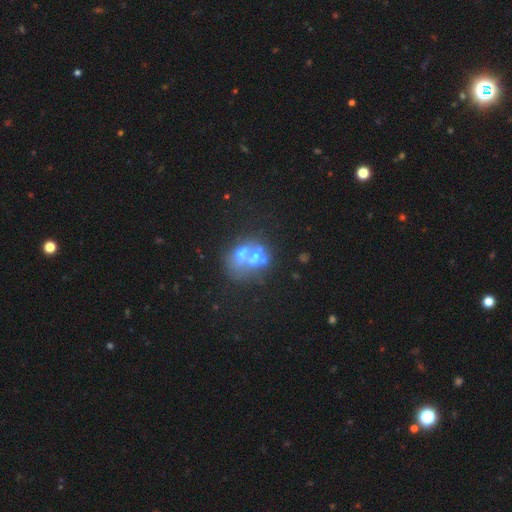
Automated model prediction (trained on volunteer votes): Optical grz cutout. It shows a featured or disk galaxy (45%). Merging: merger (67%).